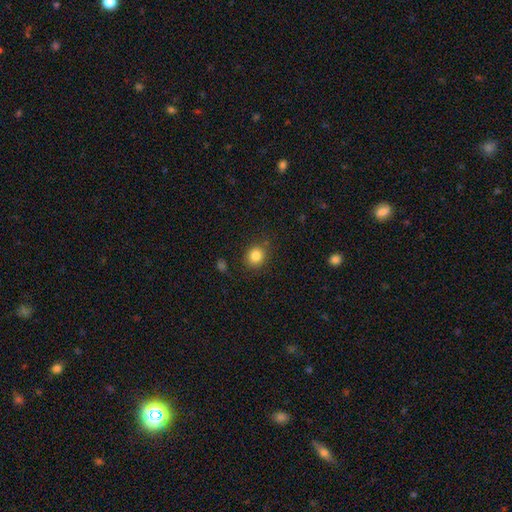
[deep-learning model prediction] Smooth or featured? Predicted: smooth (p=0.83). How rounded? Predicted: round (p=0.80). Merging? Predicted: none (p=0.84).